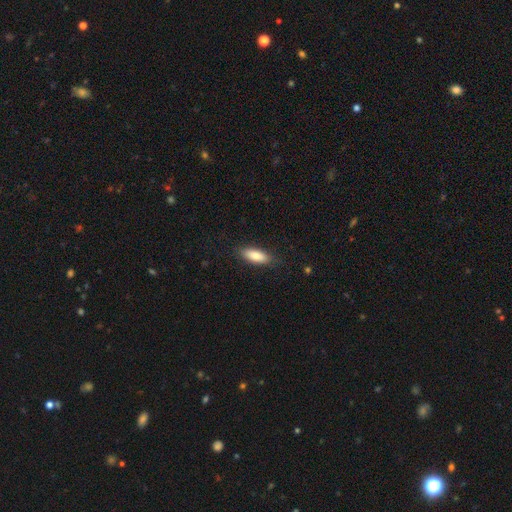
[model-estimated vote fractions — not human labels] A smooth galaxy with no disk features (83%) that is in between round and cigar-shaped (68%).

Vote fractions:
- Smooth or featured? smooth: 83% / featured or disk: 11% / star or artifact: 6%
- How rounded? in between: 68% / cigar-shaped: 30% / round: 2%
- Merging? none: 84% / minor disturbance: 12% / major disturbance: 3% / merger: 1%